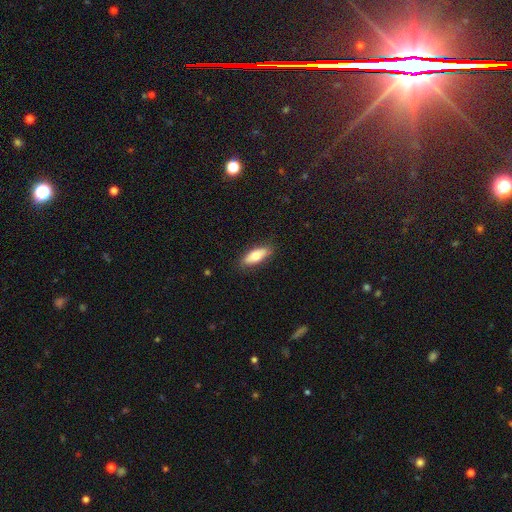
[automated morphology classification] Overall: smooth (70%). How rounded: in between (69%). Merging: none (86%).